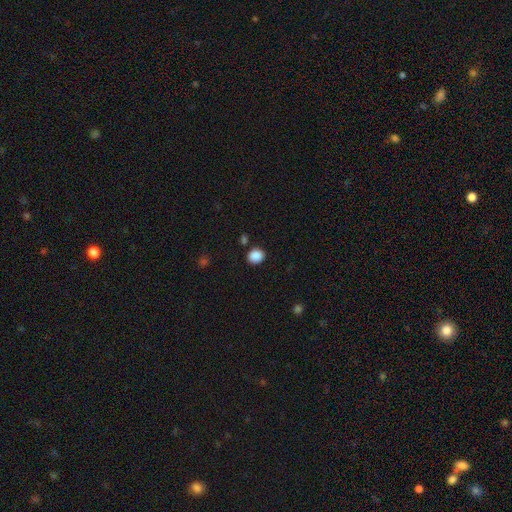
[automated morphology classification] This is clearly a smooth galaxy (88%). How rounded: likely round (70%). Merging: clearly none (84%).